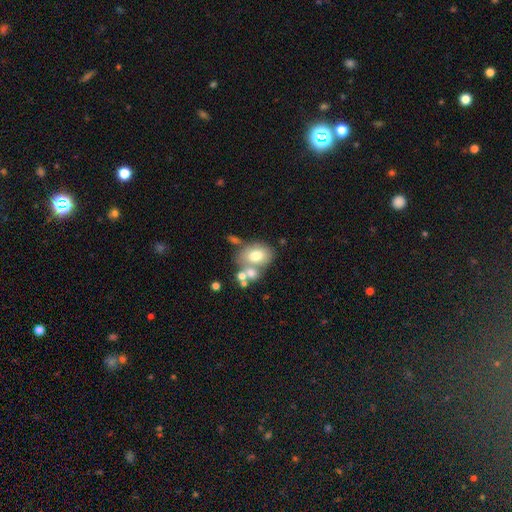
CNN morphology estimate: Overall: smooth (66%). How rounded: in between (67%; round 32%). Merging: none (46%; merger 32%).